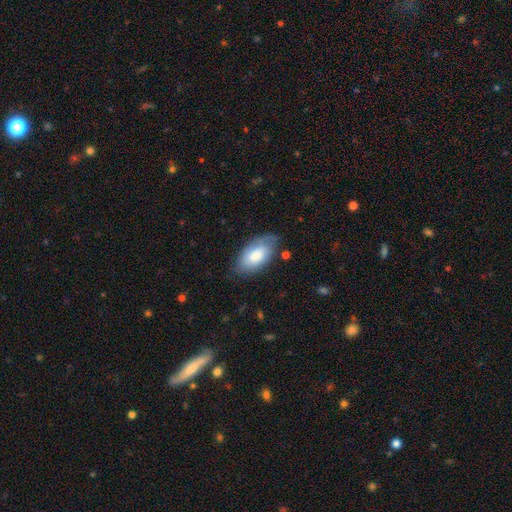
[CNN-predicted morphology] Smooth or featured? Predicted: smooth (p=0.67). How rounded? Predicted: in between (p=0.94). Merging? Predicted: none (p=0.69).